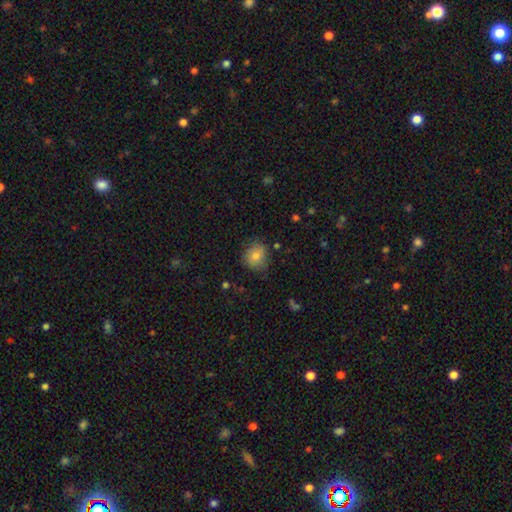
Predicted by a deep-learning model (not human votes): Smooth or featured: smooth — 78% (featured or disk — 12%)
How rounded: round — 75% (in between — 24%)
Merging: none — 77% (minor disturbance — 18%)